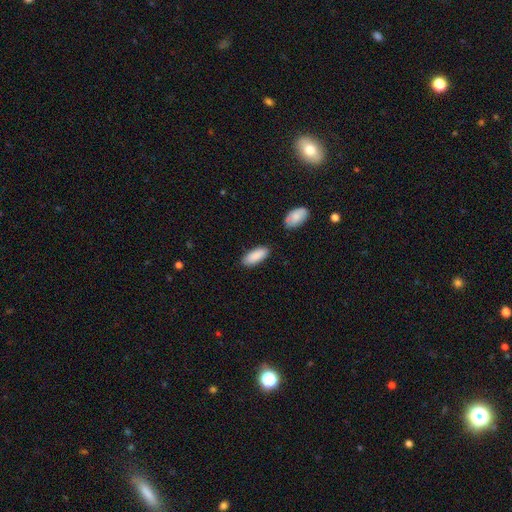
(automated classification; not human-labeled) Smooth or featured: smooth — 90% (star or artifact — 6%)
How rounded: in between — 79% (cigar-shaped — 20%)
Merging: none — 82% (minor disturbance — 12%)